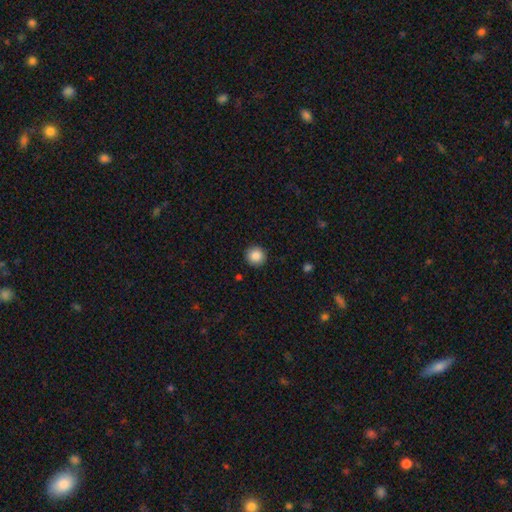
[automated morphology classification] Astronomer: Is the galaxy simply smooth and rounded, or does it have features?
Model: smooth — 87%.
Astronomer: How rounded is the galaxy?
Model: round — 95%.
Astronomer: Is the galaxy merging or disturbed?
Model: none — 92%.